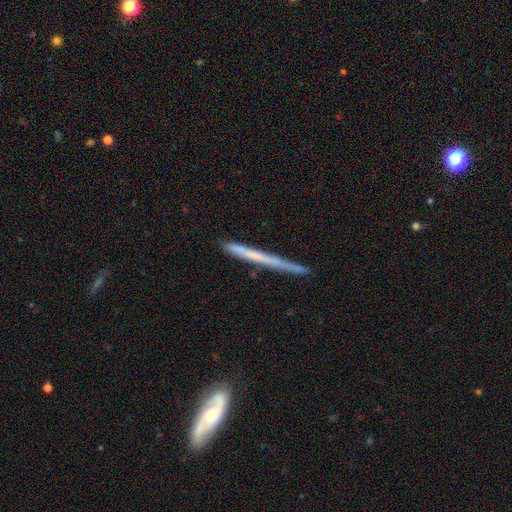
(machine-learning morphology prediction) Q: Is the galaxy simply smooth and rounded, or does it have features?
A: smooth — 48%.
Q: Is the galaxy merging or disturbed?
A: none — 85%.